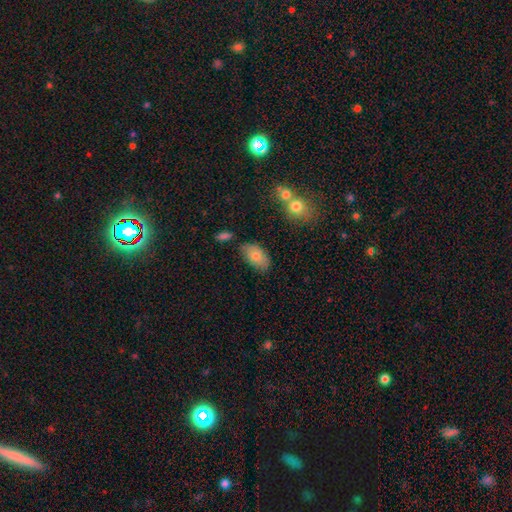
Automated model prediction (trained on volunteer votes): smooth 79%, featured or disk 14%, star or artifact 7%. Down the decision tree: how rounded — in between (93%); merging — none (72%).